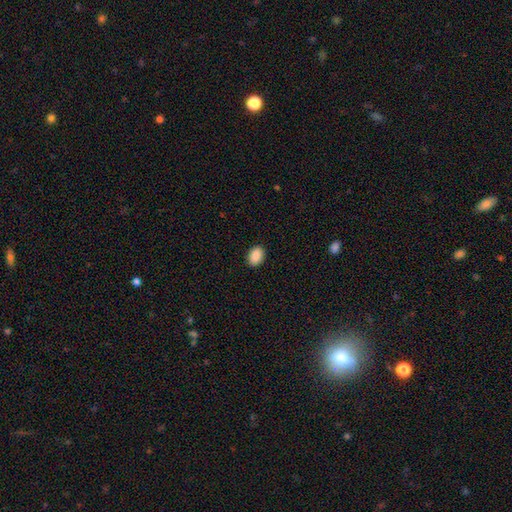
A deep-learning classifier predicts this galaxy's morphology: Smooth or featured? Predicted: smooth (p=0.90). How rounded? Predicted: in between (p=0.82). Merging? Predicted: none (p=0.90).